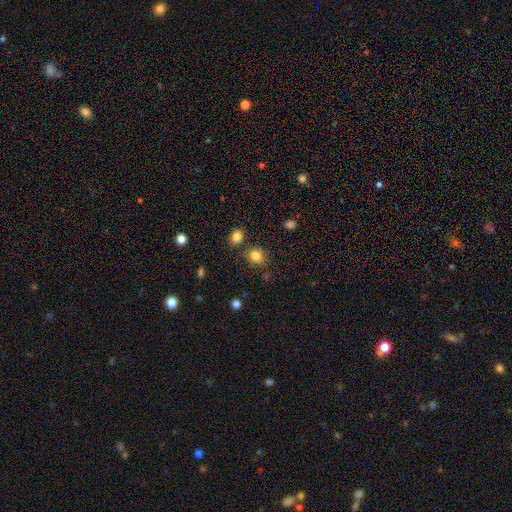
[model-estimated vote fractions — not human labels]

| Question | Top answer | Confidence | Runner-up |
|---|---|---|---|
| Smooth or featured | smooth | 83% | star or artifact (12%) |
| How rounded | round | 83% | in between (16%) |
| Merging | none | 79% | minor disturbance (10%) |